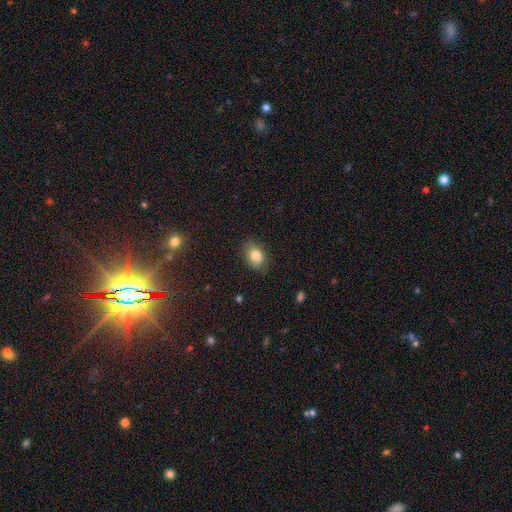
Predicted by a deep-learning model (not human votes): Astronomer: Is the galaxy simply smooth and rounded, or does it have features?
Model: smooth — 81%.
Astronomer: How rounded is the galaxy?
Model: in between — 80%.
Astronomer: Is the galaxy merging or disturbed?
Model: none — 83%.